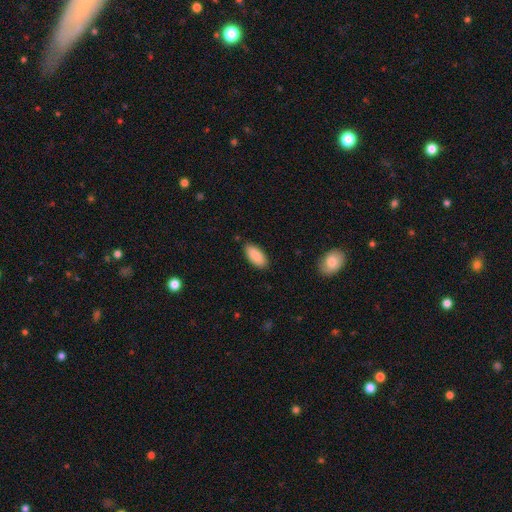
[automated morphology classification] This is clearly a smooth galaxy (89%). How rounded: clearly in between (88%). Merging: clearly none (86%).